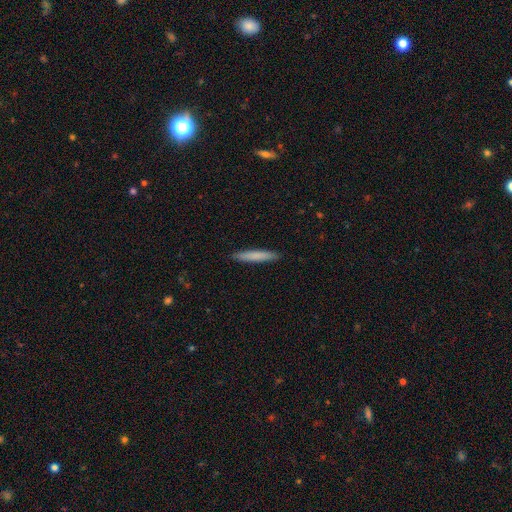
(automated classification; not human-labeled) smooth 79%, featured or disk 16%, star or artifact 5%. Down the decision tree: how rounded — cigar-shaped (94%); merging — none (92%).